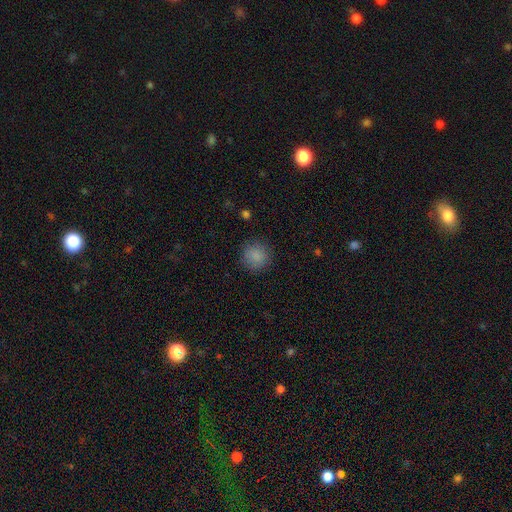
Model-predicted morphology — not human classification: smooth 86%, star or artifact 10%, featured or disk 4%. Down the decision tree: how rounded — round (92%); merging — none (86%).